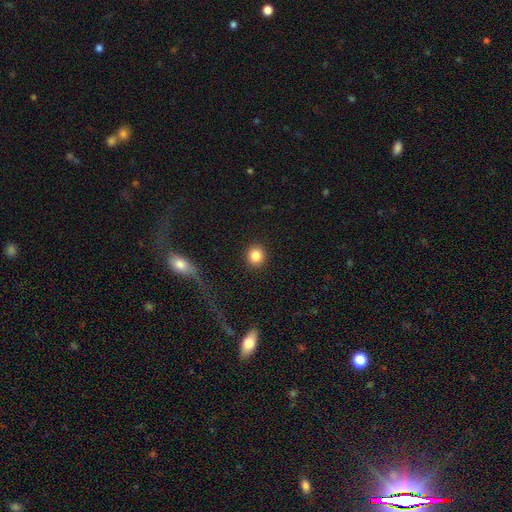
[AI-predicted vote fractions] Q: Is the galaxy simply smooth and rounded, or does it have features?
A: smooth — 85%.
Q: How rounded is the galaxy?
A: round — 89%.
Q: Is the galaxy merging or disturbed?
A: none — 92%.